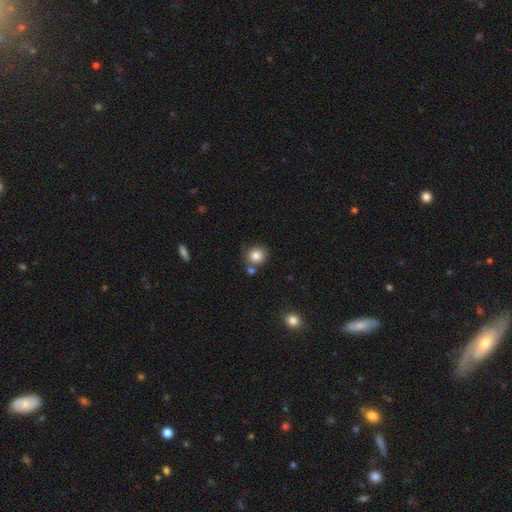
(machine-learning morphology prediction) type=smooth (83%); roundness=round (85%); merging=none (70%).